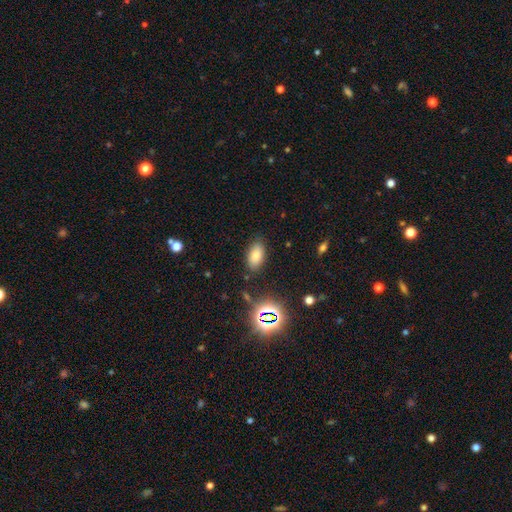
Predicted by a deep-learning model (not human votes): Smooth or featured?
  - smooth: 75% *
  - star or artifact: 16%
  - featured or disk: 9%
How rounded?
  - in between: 92% *
  - round: 5%
  - cigar-shaped: 3%
Merging?
  - none: 83% *
  - minor disturbance: 12%
  - major disturbance: 3%
  - merger: 2%